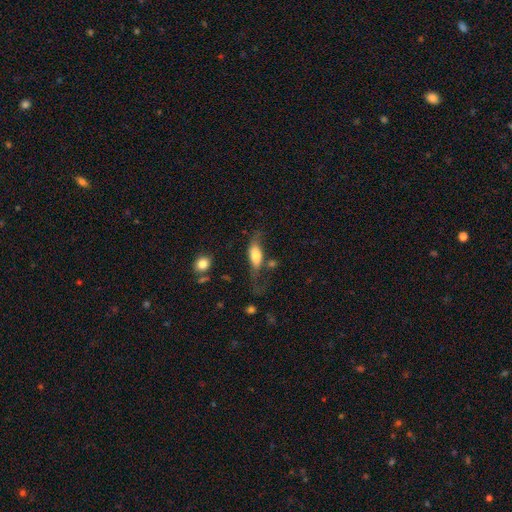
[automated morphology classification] Smooth or featured?
  - smooth: 65% *
  - featured or disk: 28%
  - star or artifact: 7%
How rounded?
  - in between: 76% *
  - cigar-shaped: 19%
  - round: 4%
Merging?
  - none: 39% *
  - major disturbance: 29%
  - minor disturbance: 25%
  - merger: 7%